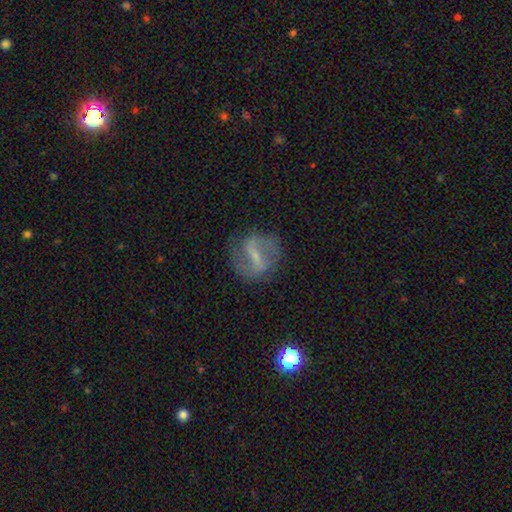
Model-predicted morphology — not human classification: This is likely a featured or disk galaxy (75%). It is clearly not viewed edge-on (93%). Bar: likely strong (61%). Spiral arm pattern: likely yes (77%). Spiral arm count: clearly 2 (83%). Spiral winding: marginally medium (43%). Central bulge: possibly small (56%). Merging: likely none (75%).